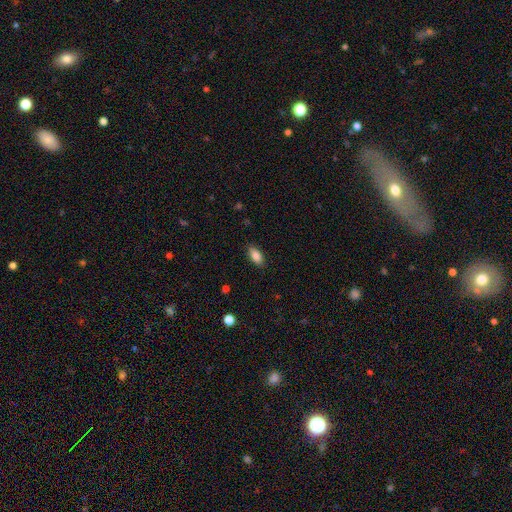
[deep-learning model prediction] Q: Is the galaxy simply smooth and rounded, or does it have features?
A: smooth — 86%.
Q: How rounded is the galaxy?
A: in between — 90%.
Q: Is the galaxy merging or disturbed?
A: none — 88%.